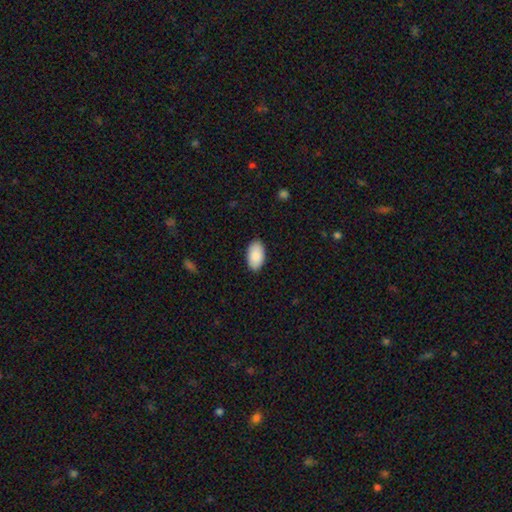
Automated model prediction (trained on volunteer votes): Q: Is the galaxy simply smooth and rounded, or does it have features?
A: smooth — 89%.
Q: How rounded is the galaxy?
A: in between — 95%.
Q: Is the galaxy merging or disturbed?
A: none — 89%.